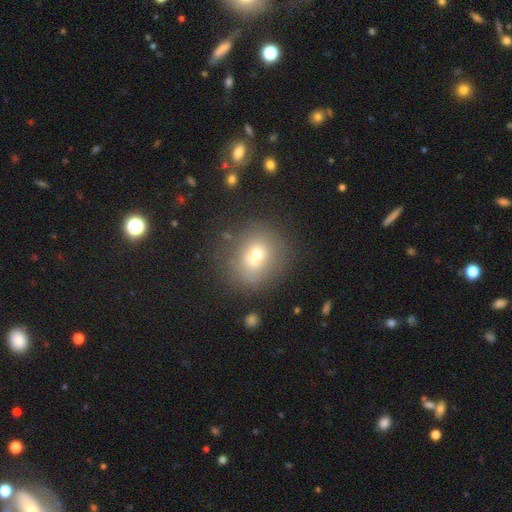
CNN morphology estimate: Overall: smooth (68%). How rounded: round (77%). Merging: none (68%).